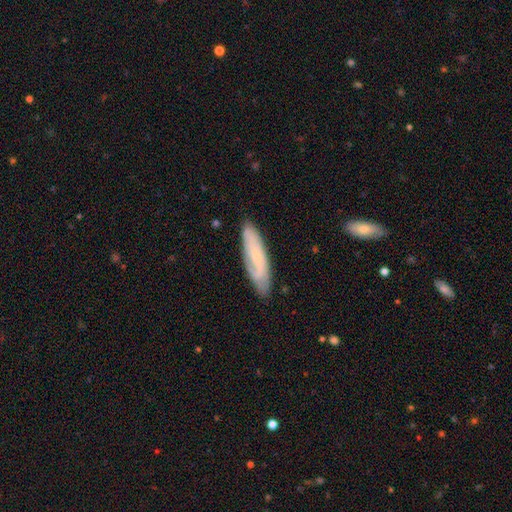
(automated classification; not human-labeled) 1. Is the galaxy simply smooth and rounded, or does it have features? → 47% featured or disk, 45% smooth, 8% star or artifact.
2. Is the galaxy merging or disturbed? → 79% none, 16% minor disturbance, 3% major disturbance, 2% merger.